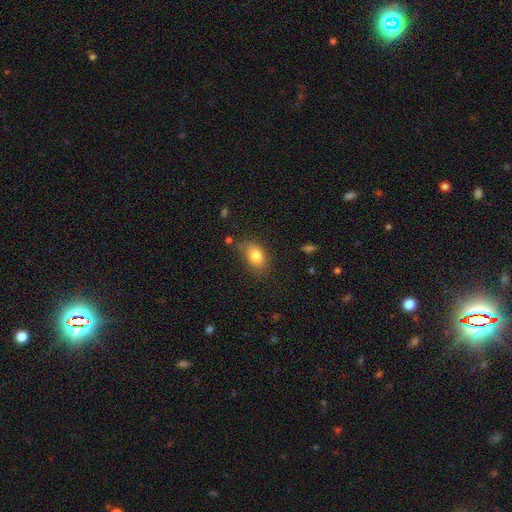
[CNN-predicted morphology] A smooth galaxy with no disk features (81%) that is in between round and cigar-shaped (81%).

Vote fractions:
- Smooth or featured? smooth: 81% / featured or disk: 10% / star or artifact: 9%
- How rounded? in between: 81% / round: 18% / cigar-shaped: 2%
- Merging? none: 67% / minor disturbance: 23% / major disturbance: 6% / merger: 3%